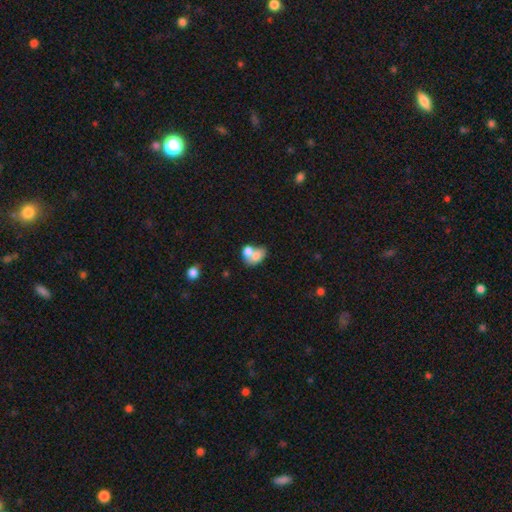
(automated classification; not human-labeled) This appears to be a smooth galaxy with no disk features (70%) that is in between round and cigar-shaped (72%). Merging: merger (61%).